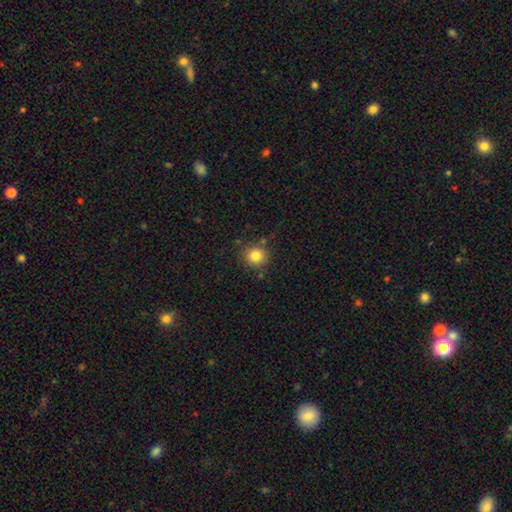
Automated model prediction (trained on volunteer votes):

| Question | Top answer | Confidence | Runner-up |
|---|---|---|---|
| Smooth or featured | smooth | 83% | star or artifact (11%) |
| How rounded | round | 91% | in between (8%) |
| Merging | none | 83% | minor disturbance (10%) |